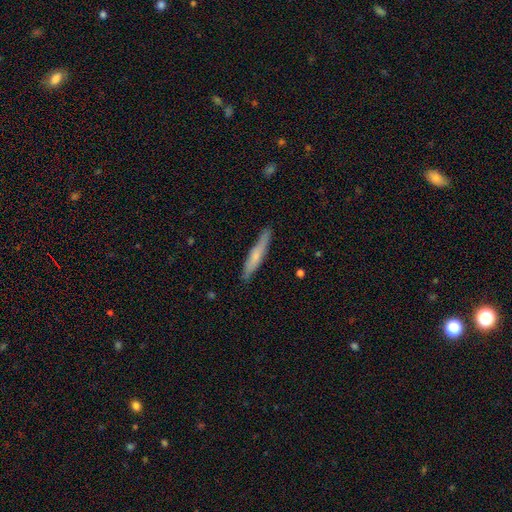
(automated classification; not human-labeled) This is possibly a smooth galaxy (59%). How rounded: clearly cigar-shaped (93%). Merging: clearly none (85%).